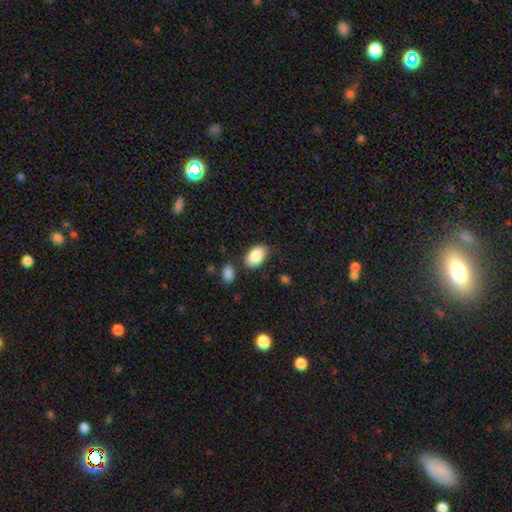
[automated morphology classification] type=smooth (88%); roundness=in between (92%); merging=none (79%).